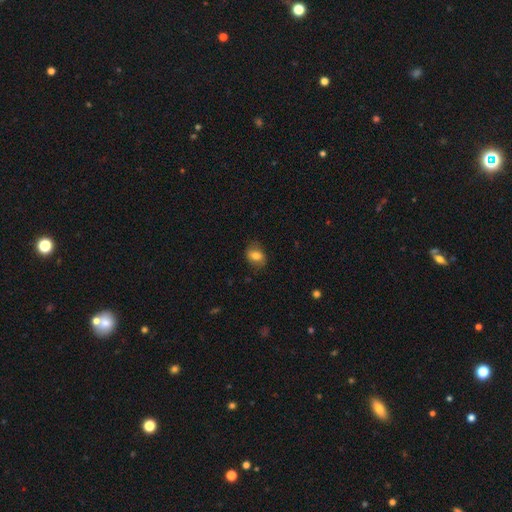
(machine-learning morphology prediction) Overall: smooth (76%). How rounded: in between (64%; round 34%). Merging: none (76%).